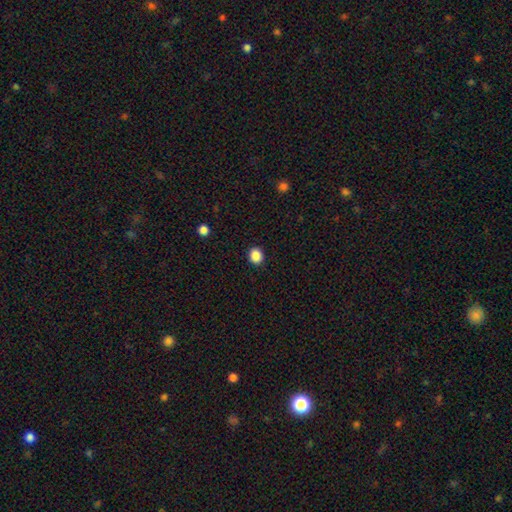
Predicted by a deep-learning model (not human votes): Smooth or featured? smooth (87%)
How rounded? round (74%)
Merging? none (92%)